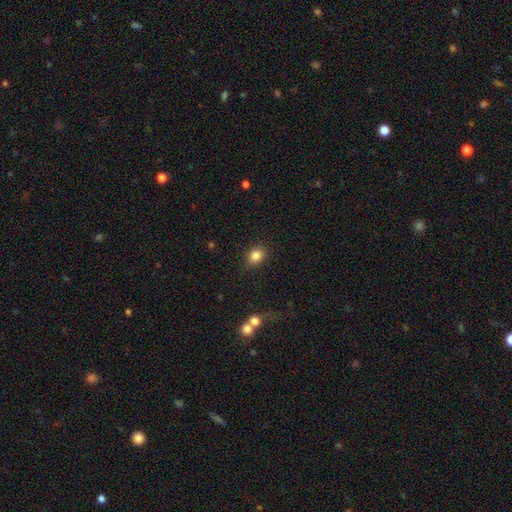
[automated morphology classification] smooth_or_featured: smooth (p=0.85) [alt: star or artifact p=0.10]
how_rounded: round (p=0.55) [alt: in between p=0.44]
merging: none (p=0.86) [alt: minor disturbance p=0.09]